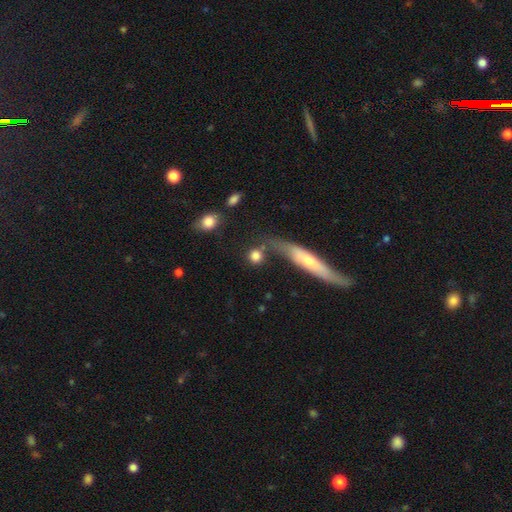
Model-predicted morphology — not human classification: smooth_or_featured: smooth (p=0.82) [alt: star or artifact p=0.09]
how_rounded: round (p=0.80) [alt: in between p=0.14]
merging: none (p=0.62) [alt: merger p=0.19]